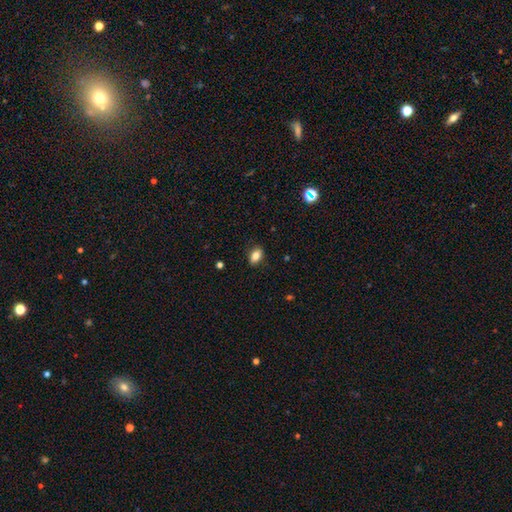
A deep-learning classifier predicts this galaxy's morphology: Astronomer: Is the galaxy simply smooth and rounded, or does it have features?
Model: smooth — 84%.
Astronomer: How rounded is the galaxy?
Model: in between — 86%.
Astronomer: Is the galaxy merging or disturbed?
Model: none — 86%.